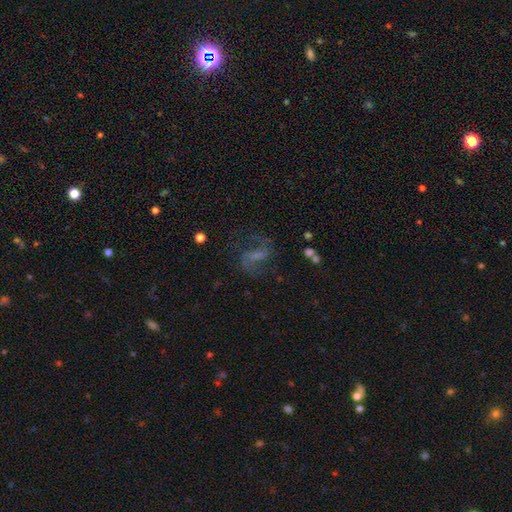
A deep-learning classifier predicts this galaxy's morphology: A featured or disk galaxy (75%) with a weak bar (48%), 2 (90%) loose (46%) spiral arms (92%) and a small central bulge (39%). Merging: none (68%).